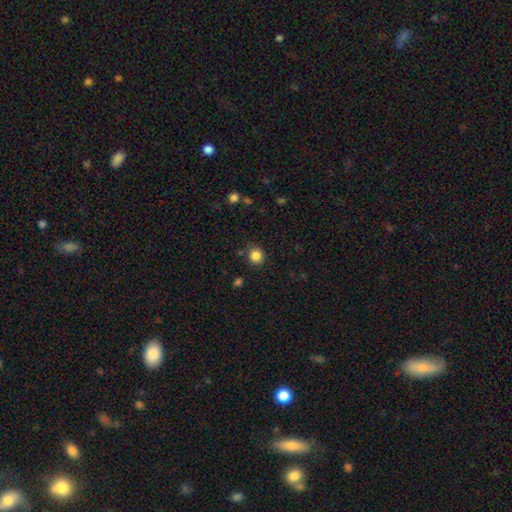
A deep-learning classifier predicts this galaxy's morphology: A smooth galaxy with no disk features (85%) that is round (87%). Merging: none (85%).